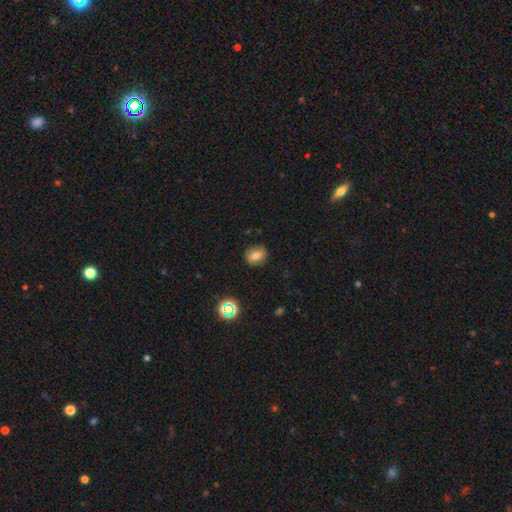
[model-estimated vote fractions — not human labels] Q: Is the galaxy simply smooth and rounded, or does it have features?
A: smooth — 73%.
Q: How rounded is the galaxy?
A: round — 69%.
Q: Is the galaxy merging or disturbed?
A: none — 84%.